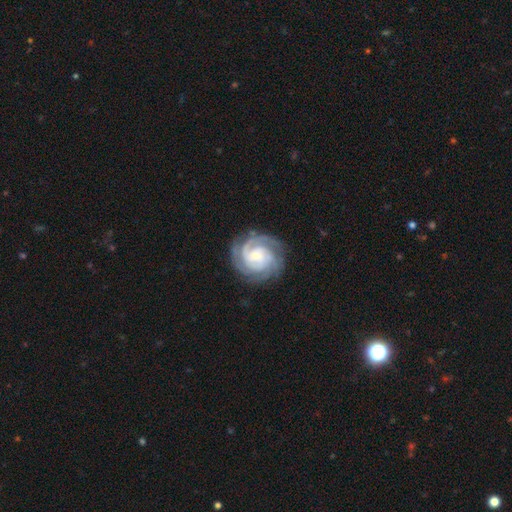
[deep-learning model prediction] Smooth or featured?
  - featured or disk: 89% *
  - smooth: 6%
  - star or artifact: 5%
Edge-on disk?
  - no: 98% *
  - yes: 2%
Bar?
  - no: 64% *
  - weak: 28%
  - strong: 8%
Spiral arms?
  - yes: 98% *
  - no: 2%
Spiral winding?
  - tight: 71% *
  - medium: 26%
  - loose: 4%
Spiral arm count?
  - 3: 37% *
  - 4: 18%
  - 2: 16%
  - can't tell: 16%
  - more than 4: 7%
  - 1: 6%
Bulge size?
  - small: 68% *
  - moderate: 26%
  - large: 3%
  - none: 2%
  - dominant: 1%
Merging?
  - none: 81% *
  - minor disturbance: 13%
  - major disturbance: 5%
  - merger: 1%